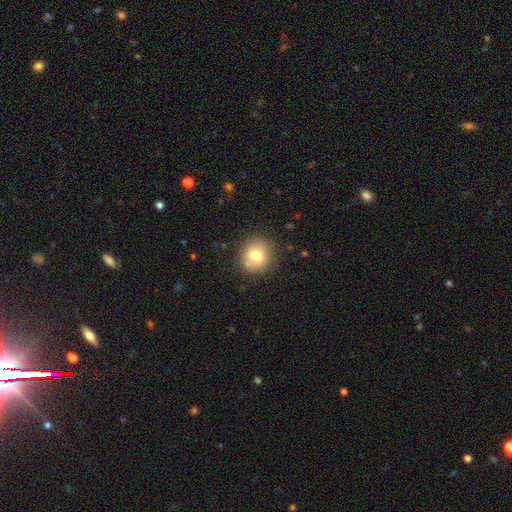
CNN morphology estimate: type=smooth (74%); roundness=round (87%); merging=none (81%).